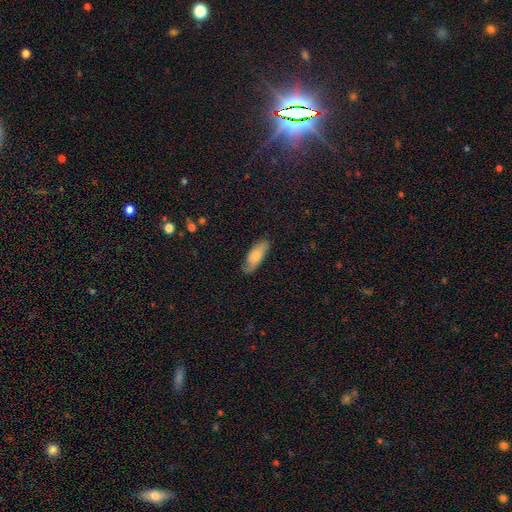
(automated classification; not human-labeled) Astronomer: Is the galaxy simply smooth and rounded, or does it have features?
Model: smooth — 70%.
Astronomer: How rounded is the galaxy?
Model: in between — 74%.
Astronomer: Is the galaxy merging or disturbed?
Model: none — 72%.